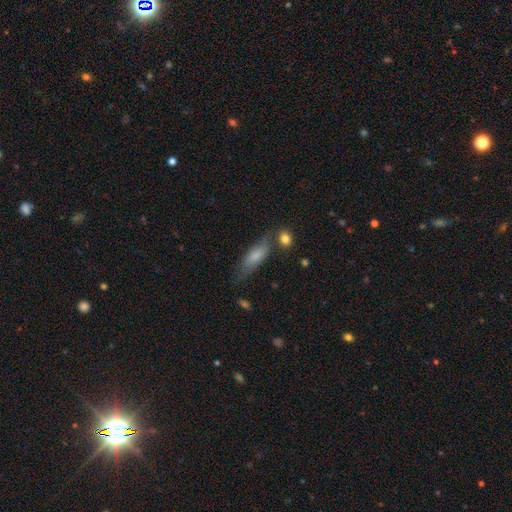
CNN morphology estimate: Smooth or featured? smooth (70%)
How rounded? in between (49%)
Merging? none (61%)